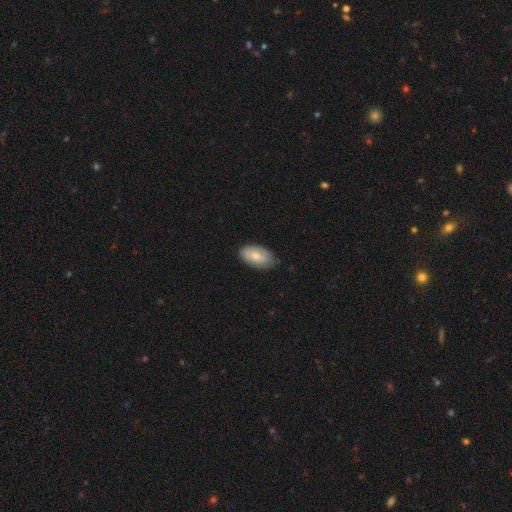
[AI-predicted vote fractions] This appears to be a smooth galaxy with no disk features (77%) that is in between round and cigar-shaped (94%). Merging: none (76%).